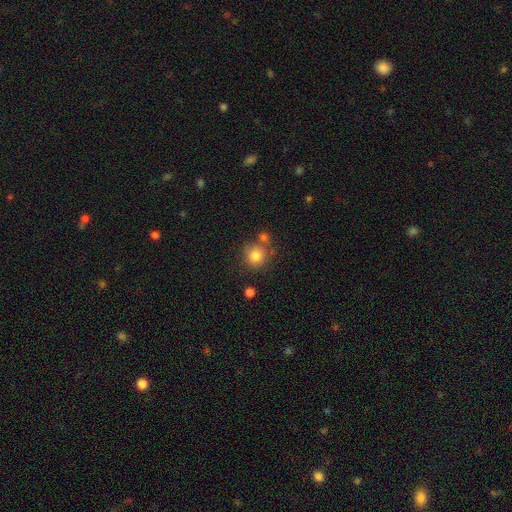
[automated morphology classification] smooth 82%, star or artifact 10%, featured or disk 7%. Down the decision tree: how rounded — round (90%); merging — none (67%).